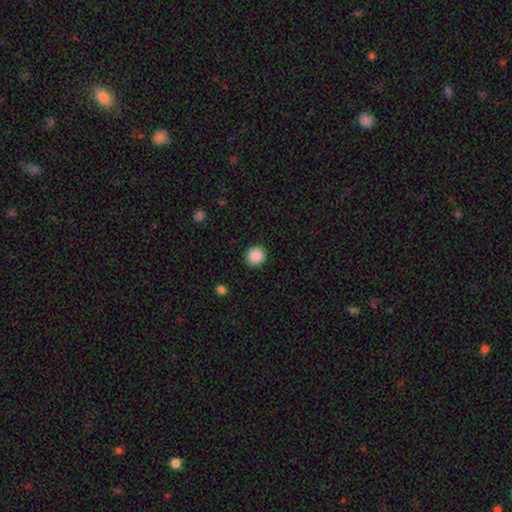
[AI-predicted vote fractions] Q: Smooth or featured?
A: smooth (87%); runner-up: star or artifact (9%)
Q: How rounded?
A: round (89%); runner-up: in between (10%)
Q: Merging?
A: none (92%); runner-up: minor disturbance (6%)